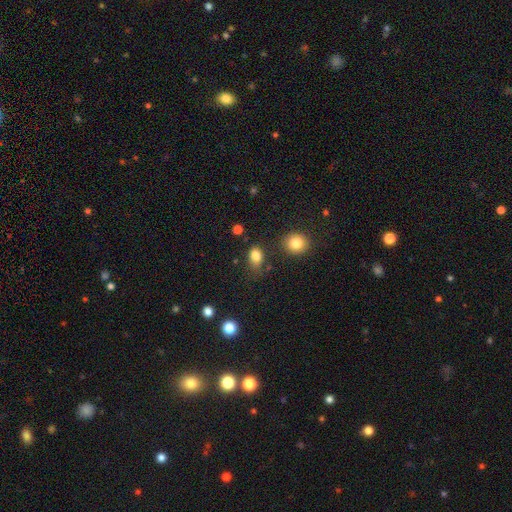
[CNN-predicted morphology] smooth-or-featured: smooth: 83% | star or artifact: 11% | featured or disk: 6%
  how-rounded: in between: 72% | round: 26% | cigar-shaped: 2%
  merging: none: 68% | minor disturbance: 21% | major disturbance: 7% | merger: 4%